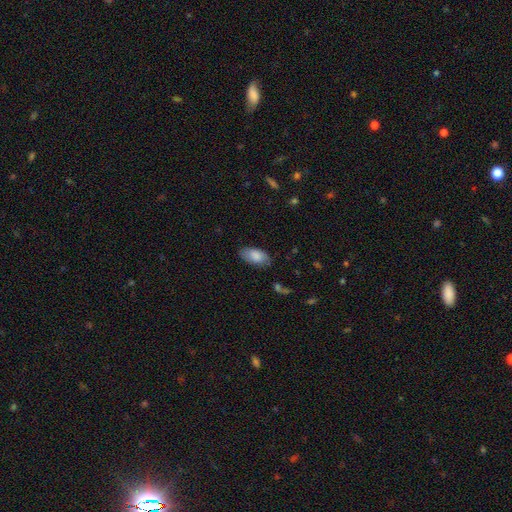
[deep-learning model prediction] Q: Smooth or featured?
A: smooth (84%); runner-up: featured or disk (10%)
Q: How rounded?
A: in between (94%); runner-up: cigar-shaped (4%)
Q: Merging?
A: none (79%); runner-up: minor disturbance (16%)